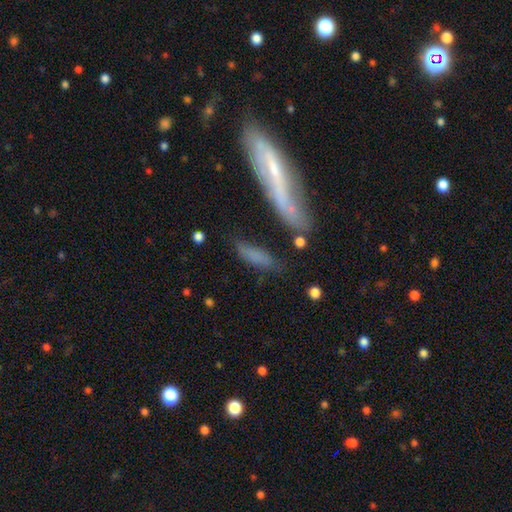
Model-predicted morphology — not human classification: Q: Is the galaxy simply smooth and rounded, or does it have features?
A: smooth — 65%.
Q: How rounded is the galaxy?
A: cigar-shaped — 61%.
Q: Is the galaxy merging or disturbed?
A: none — 51%.